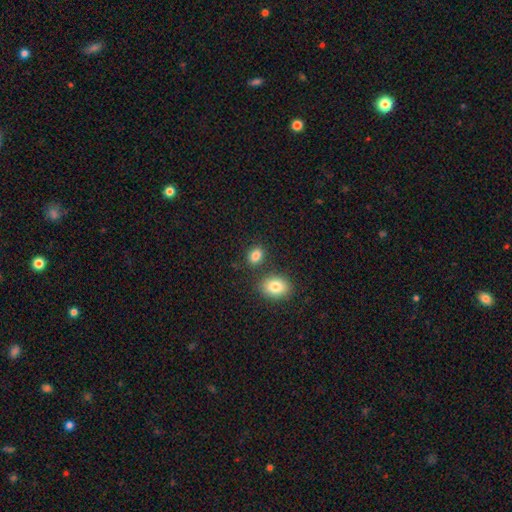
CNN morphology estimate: This is clearly a smooth galaxy (84%). How rounded: likely in between (67%). Merging: likely none (76%).